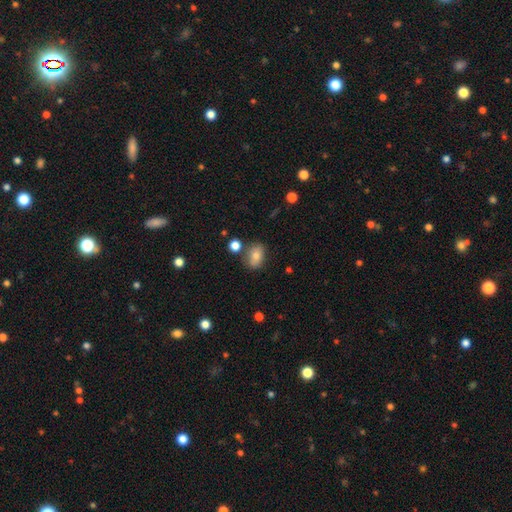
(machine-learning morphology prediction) smooth 77%, featured or disk 13%, star or artifact 10%. Down the decision tree: how rounded — in between (73%); merging — none (73%).